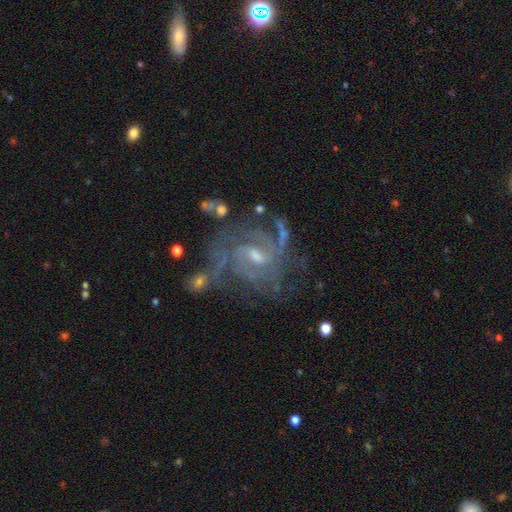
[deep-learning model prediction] Smooth or featured? Predicted: featured or disk (p=0.84). Edge-on disk? Predicted: no (p=0.97). Bar? Predicted: weak (p=0.55). Spiral arms? Predicted: yes (p=0.95). Spiral winding? Predicted: tight (p=0.44). Spiral arm count? Predicted: can't tell (p=0.27). Bulge size? Predicted: small (p=0.54). Merging? Predicted: none (p=0.57).